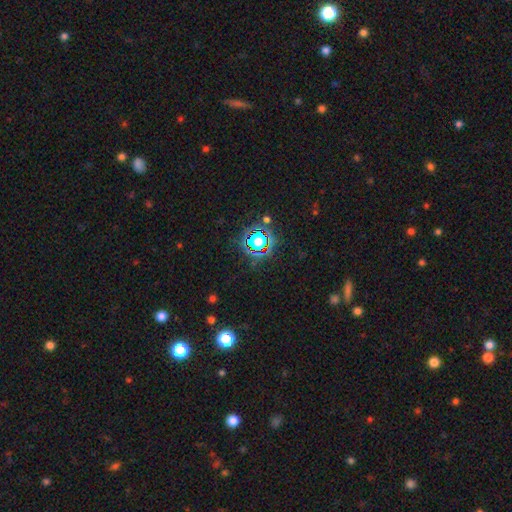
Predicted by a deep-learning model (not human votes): Smooth or featured: star or artifact — 79% (smooth — 13%)